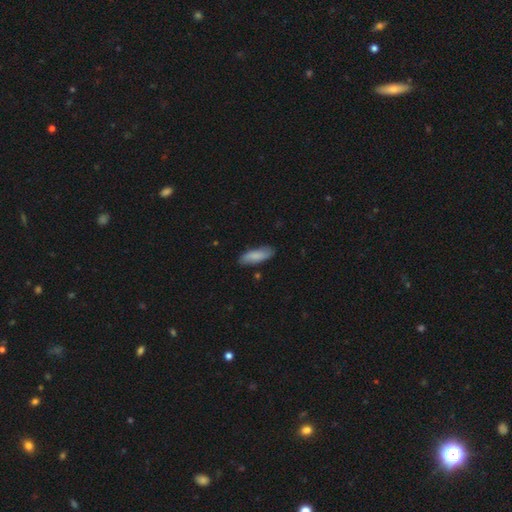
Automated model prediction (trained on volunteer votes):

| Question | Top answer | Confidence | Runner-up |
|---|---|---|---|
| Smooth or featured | smooth | 84% | featured or disk (11%) |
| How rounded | in between | 60% | cigar-shaped (38%) |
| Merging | none | 82% | minor disturbance (14%) |